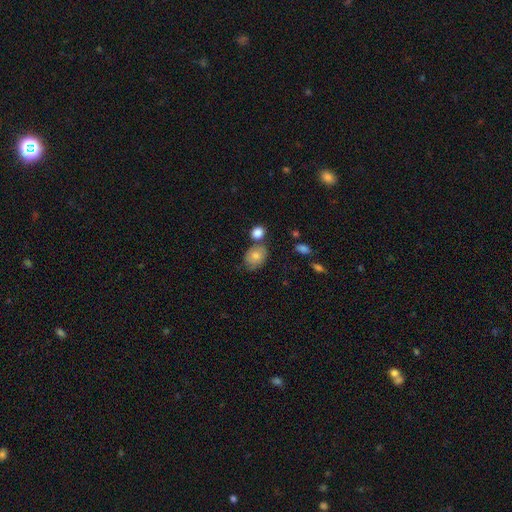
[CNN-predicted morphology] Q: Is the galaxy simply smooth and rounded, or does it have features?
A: smooth — 73%.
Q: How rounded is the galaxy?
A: in between — 56%.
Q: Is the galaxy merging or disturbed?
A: none — 57%.